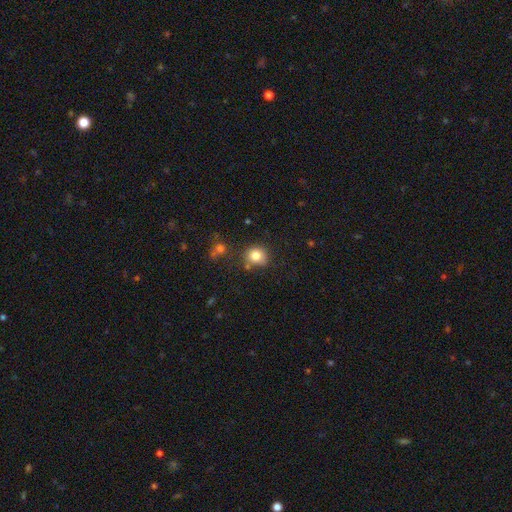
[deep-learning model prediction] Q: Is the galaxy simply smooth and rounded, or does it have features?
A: smooth — 82%.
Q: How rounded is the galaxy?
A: round — 83%.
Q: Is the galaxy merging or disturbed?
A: none — 70%.